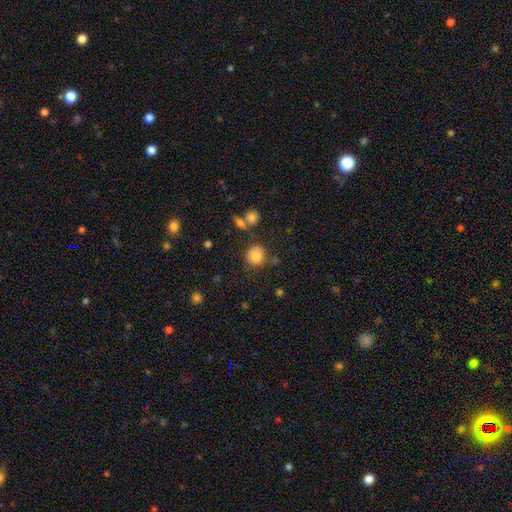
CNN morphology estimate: Smooth or featured?
  - smooth: 81% *
  - star or artifact: 10%
  - featured or disk: 9%
How rounded?
  - round: 87% *
  - in between: 12%
  - cigar-shaped: 1%
Merging?
  - none: 74% *
  - minor disturbance: 15%
  - merger: 7%
  - major disturbance: 5%